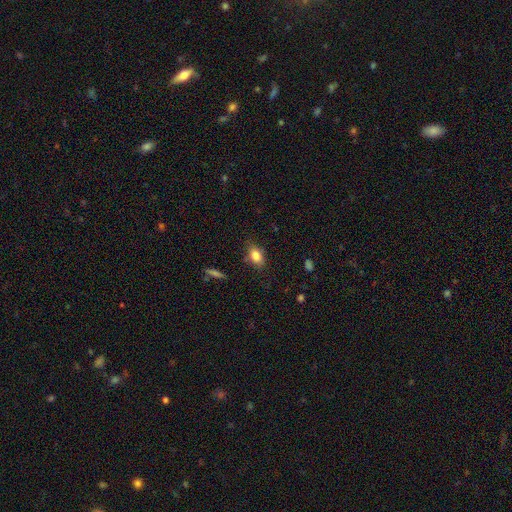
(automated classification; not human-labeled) smooth 83%, star or artifact 9%, featured or disk 8%. Down the decision tree: how rounded — in between (83%); merging — none (79%).